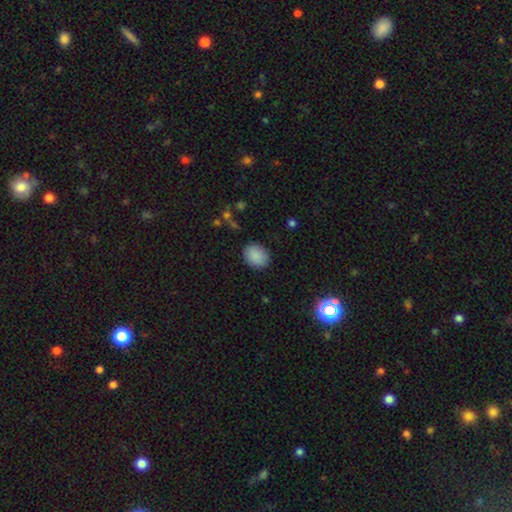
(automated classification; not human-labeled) Smooth or featured? Predicted: smooth (p=0.88). How rounded? Predicted: round (p=0.51). Merging? Predicted: none (p=0.86).